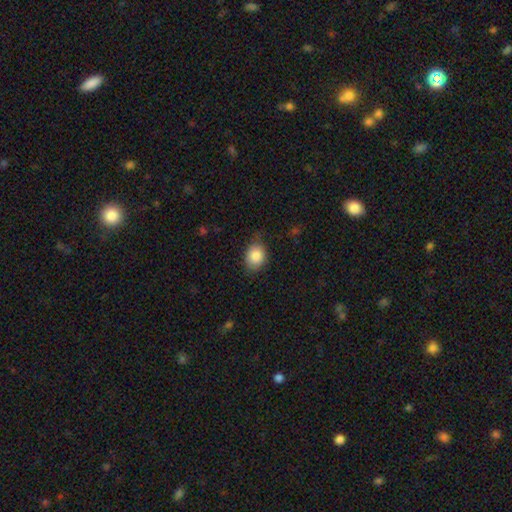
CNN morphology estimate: Overall: smooth (85%). How rounded: in between (52%; round 47%). Merging: none (73%).